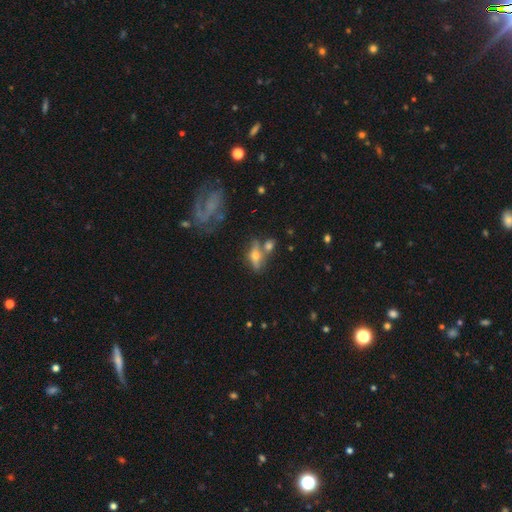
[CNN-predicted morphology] Smooth or featured? featured or disk (54%)
Edge-on disk? yes (75%)
Merging? none (57%)